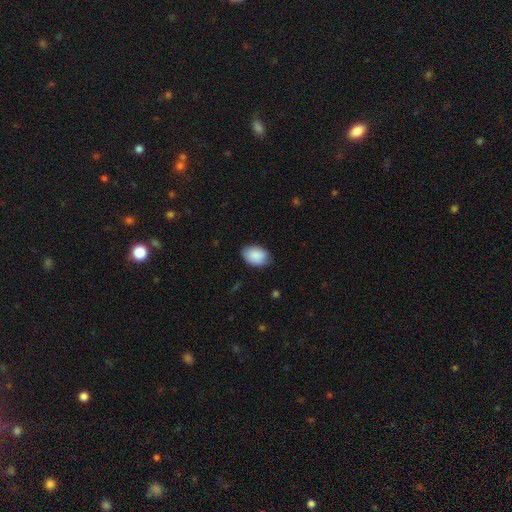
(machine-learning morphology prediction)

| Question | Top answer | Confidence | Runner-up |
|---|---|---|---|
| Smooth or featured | smooth | 89% | star or artifact (6%) |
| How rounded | in between | 85% | round (14%) |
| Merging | none | 82% | minor disturbance (15%) |